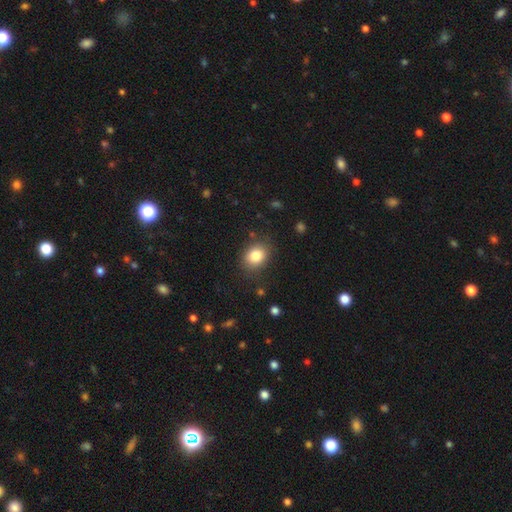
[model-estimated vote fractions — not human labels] A smooth galaxy with no disk features (83%) that is round (50%).

Vote fractions:
- Smooth or featured? smooth: 83% / star or artifact: 10% / featured or disk: 7%
- How rounded? round: 50% / in between: 49% / cigar-shaped: 1%
- Merging? none: 82% / minor disturbance: 12% / major disturbance: 4% / merger: 2%